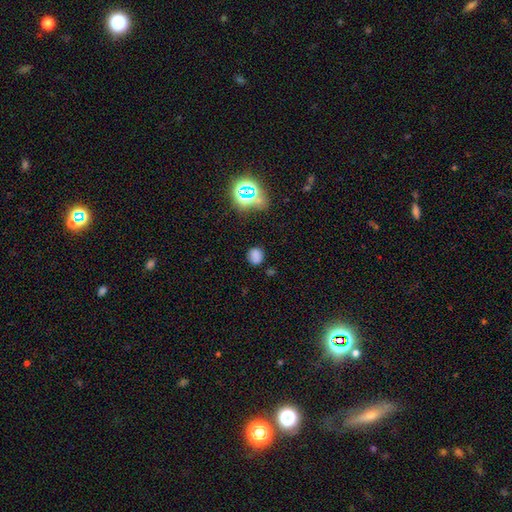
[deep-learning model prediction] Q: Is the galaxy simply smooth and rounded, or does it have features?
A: smooth — 71%.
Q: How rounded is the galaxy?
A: round — 71%.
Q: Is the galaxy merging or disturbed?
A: none — 76%.